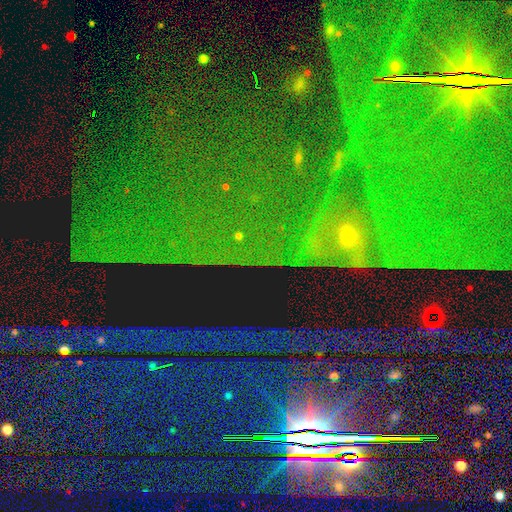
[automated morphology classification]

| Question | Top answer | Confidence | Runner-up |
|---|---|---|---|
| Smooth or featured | star or artifact | 83% | featured or disk (10%) |